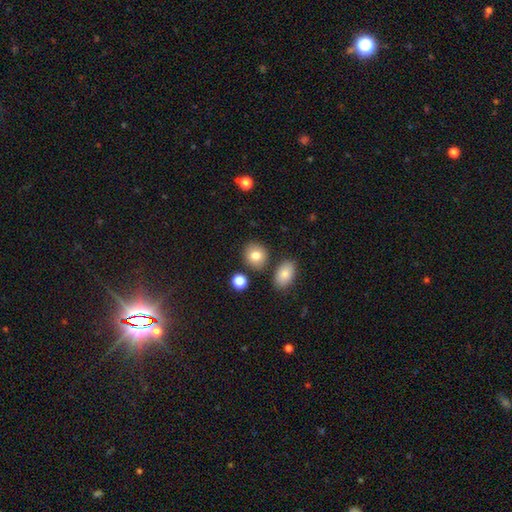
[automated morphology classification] Smooth or featured: smooth — 81% (featured or disk — 10%)
How rounded: round — 73% (in between — 25%)
Merging: none — 80% (minor disturbance — 9%)